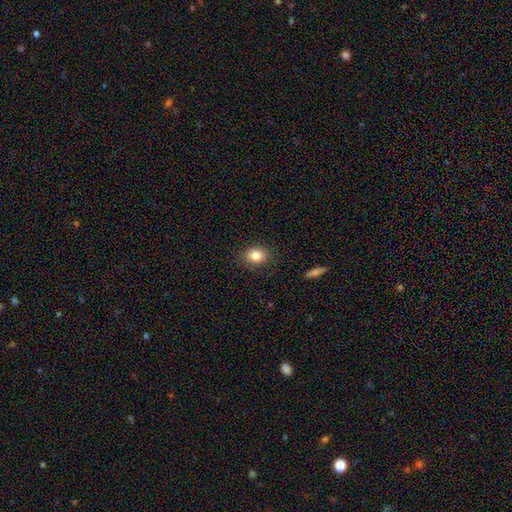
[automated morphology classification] This appears to be a smooth galaxy with no disk features (84%) that is in between round and cigar-shaped (65%). Merging: none (85%).